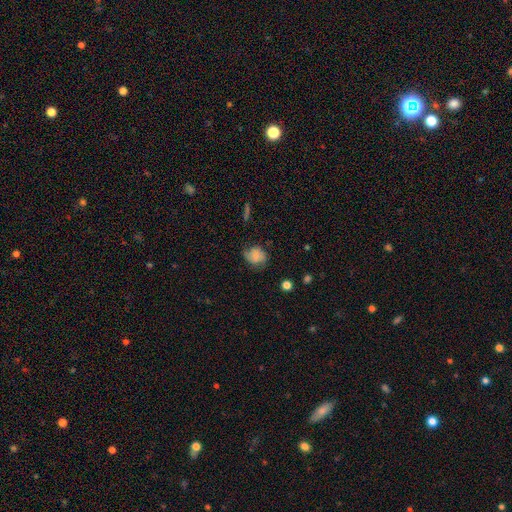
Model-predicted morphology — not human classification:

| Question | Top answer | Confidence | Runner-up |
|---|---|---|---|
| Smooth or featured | smooth | 64% | featured or disk (27%) |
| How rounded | round | 63% | in between (36%) |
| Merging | none | 63% | minor disturbance (27%) |